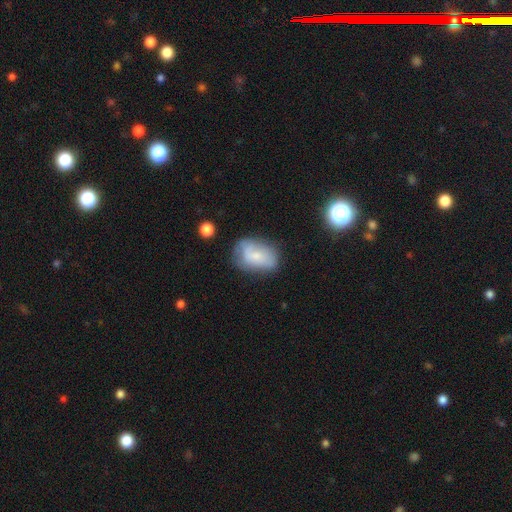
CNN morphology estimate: Overall: smooth (61%; featured or disk 30%). How rounded: in between (83%). Merging: none (51%; minor disturbance 32%).